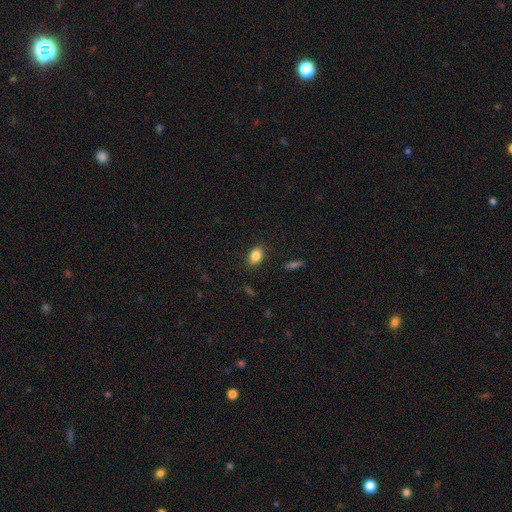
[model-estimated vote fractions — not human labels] Morphology: type=smooth (84%); roundness=in between (82%); merging=none (86%).